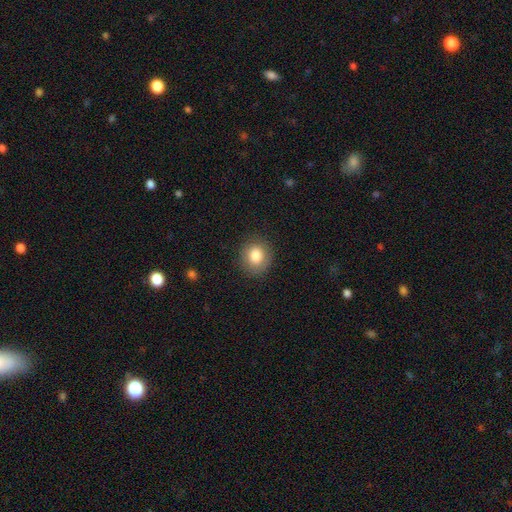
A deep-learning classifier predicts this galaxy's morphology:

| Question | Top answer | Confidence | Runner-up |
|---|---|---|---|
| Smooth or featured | smooth | 82% | star or artifact (9%) |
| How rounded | round | 79% | in between (20%) |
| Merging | none | 86% | minor disturbance (10%) |